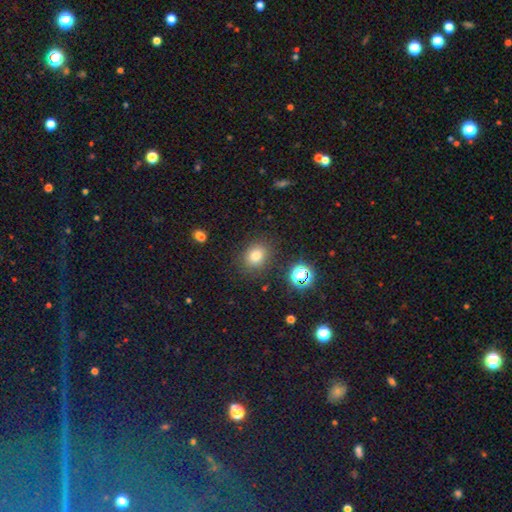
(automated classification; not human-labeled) smooth-or-featured: smooth: 77% | star or artifact: 16% | featured or disk: 7%
  how-rounded: round: 59% | in between: 40% | cigar-shaped: 1%
  merging: none: 83% | minor disturbance: 10% | major disturbance: 4% | merger: 3%